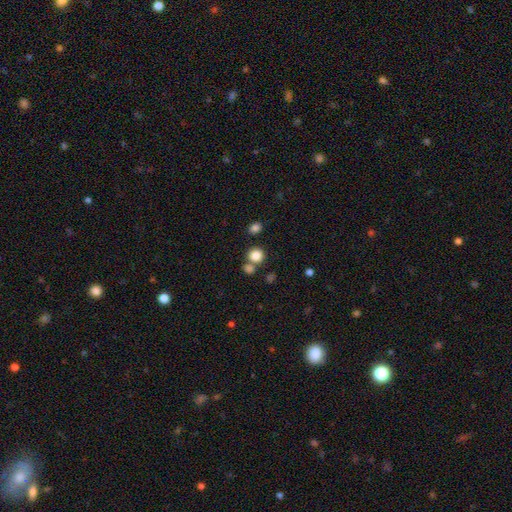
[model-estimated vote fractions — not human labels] Overall: smooth (84%). How rounded: round (84%). Merging: none (66%).